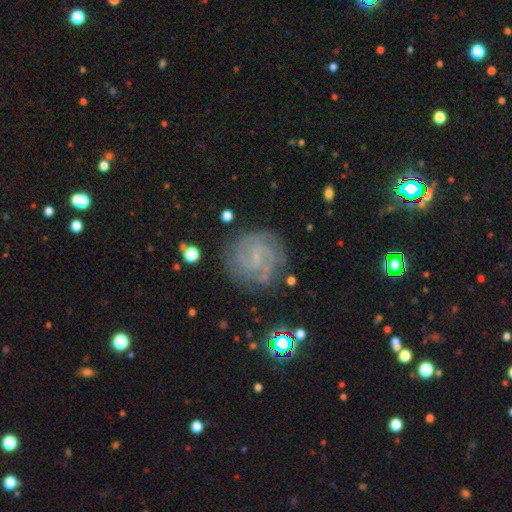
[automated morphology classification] The model was most divided on "bar": weak: 47%, no: 42%, strong: 11%. Remaining: edge-on disk — no (98%); spiral arms — yes (93%); merging — none (80%); smooth or featured — featured or disk (74%); bulge size — small (64%); spiral winding — tight (61%); spiral arm count — can't tell (35%).